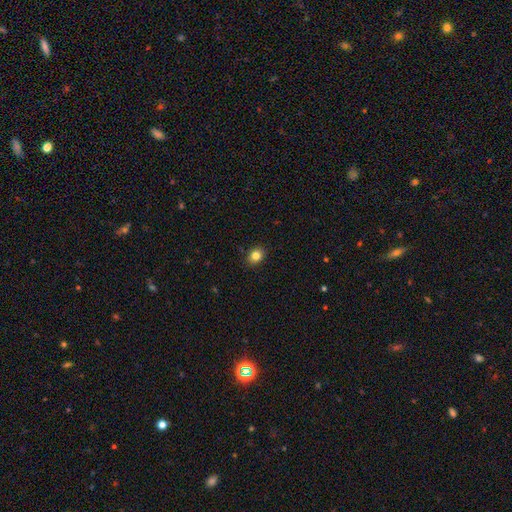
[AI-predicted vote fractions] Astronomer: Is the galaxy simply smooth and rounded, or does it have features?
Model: smooth — 82%.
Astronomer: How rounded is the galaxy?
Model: round — 55% (runner-up: in between, 44%).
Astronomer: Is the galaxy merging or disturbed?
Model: none — 90%.